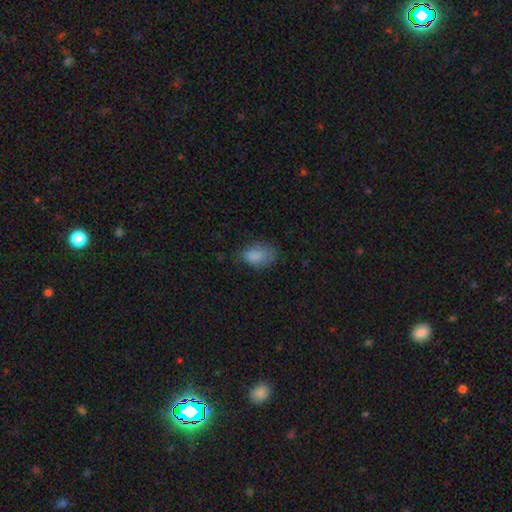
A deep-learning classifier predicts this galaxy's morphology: Smooth or featured?
  - smooth: 82% *
  - star or artifact: 10%
  - featured or disk: 9%
How rounded?
  - in between: 87% *
  - round: 11%
  - cigar-shaped: 2%
Merging?
  - none: 55% *
  - minor disturbance: 30%
  - major disturbance: 13%
  - merger: 2%